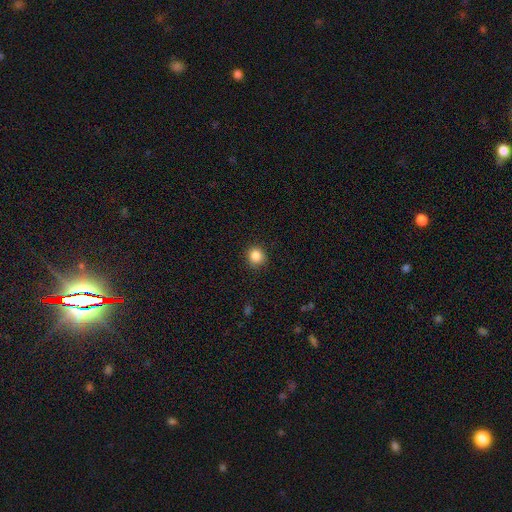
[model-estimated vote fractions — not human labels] Smooth or featured: smooth — 86% (star or artifact — 10%)
How rounded: round — 90% (in between — 10%)
Merging: none — 90% (minor disturbance — 7%)